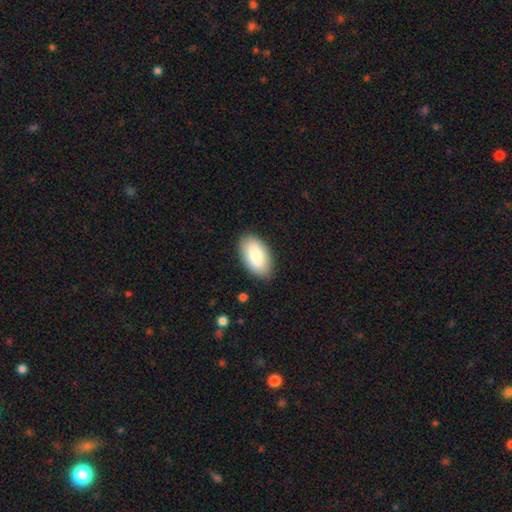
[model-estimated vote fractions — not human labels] Smooth or featured? smooth (83%)
How rounded? in between (95%)
Merging? none (87%)